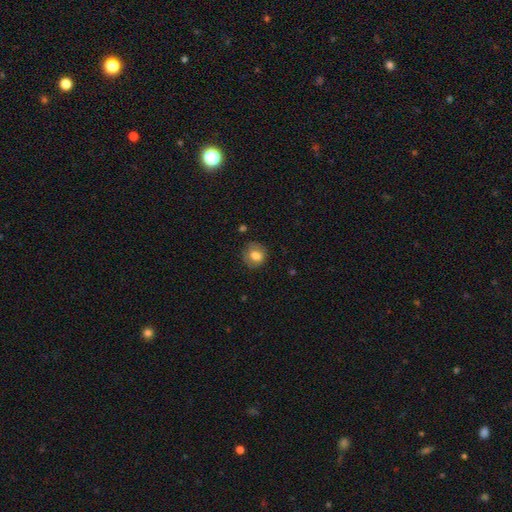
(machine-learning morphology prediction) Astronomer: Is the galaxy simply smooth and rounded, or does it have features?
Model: smooth — 78%.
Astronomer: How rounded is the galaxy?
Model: round — 77%.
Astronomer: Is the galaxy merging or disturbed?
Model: none — 78%.